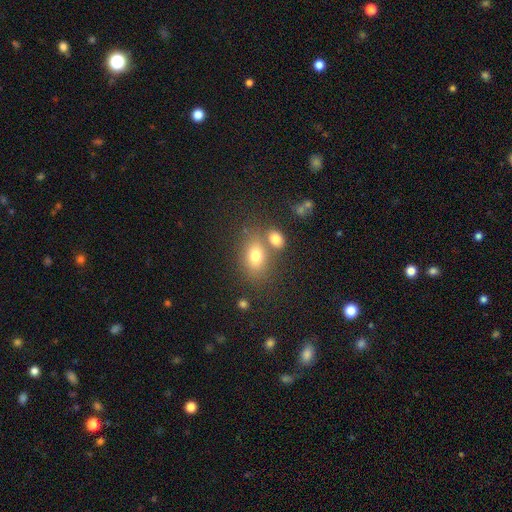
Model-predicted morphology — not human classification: A smooth galaxy with no disk features (75%) that is in between round and cigar-shaped (78%). Merging: none (55%).